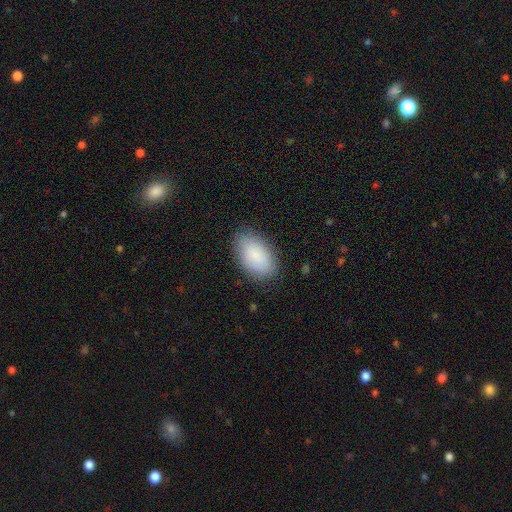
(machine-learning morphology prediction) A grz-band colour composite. It shows a smooth galaxy with no disk features (87%) that is in between round and cigar-shaped (94%). Merging: none (84%).